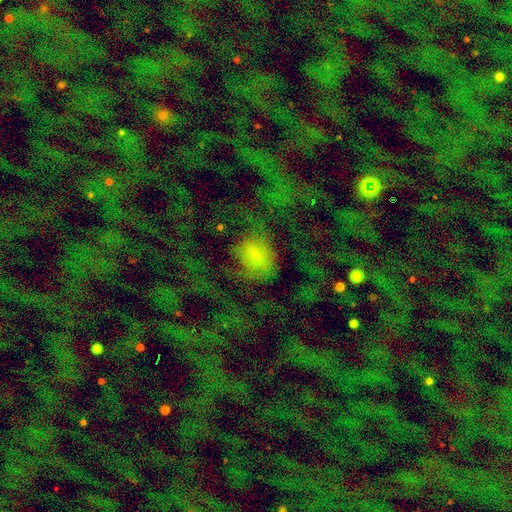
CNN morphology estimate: A smooth galaxy with no disk features (47%).

Vote fractions:
- Smooth or featured? smooth: 47% / featured or disk: 27% / star or artifact: 26%
- Merging? none: 46% / major disturbance: 30% / minor disturbance: 19% / merger: 5%